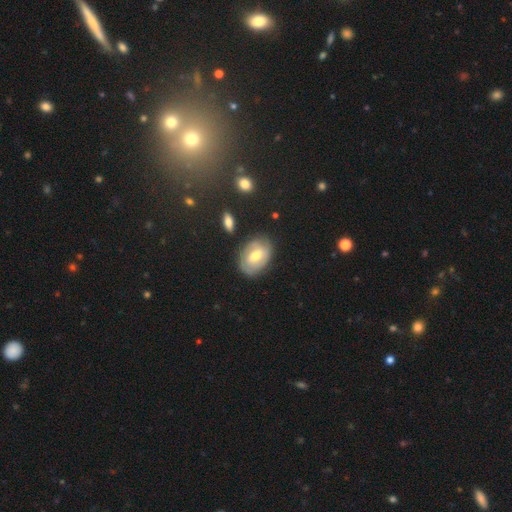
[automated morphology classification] Smooth or featured? featured or disk (54%)
Edge-on disk? no (94%)
Bar? weak (52%)
Spiral arms? yes (67%)
Bulge size? moderate (69%)
Merging? none (77%)